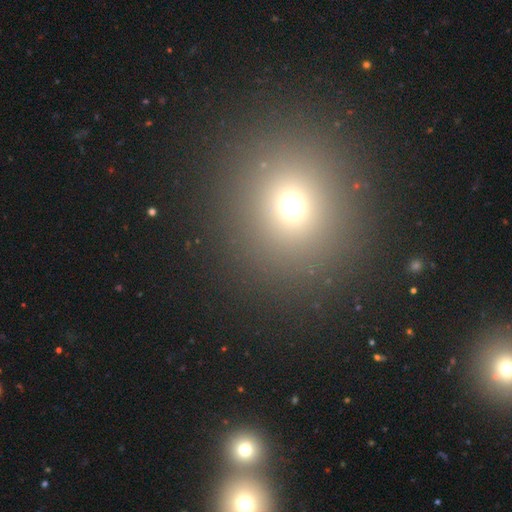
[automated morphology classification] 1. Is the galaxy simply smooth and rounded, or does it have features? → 65% smooth, 26% star or artifact, 9% featured or disk.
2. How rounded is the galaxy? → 88% round, 11% in between, 1% cigar-shaped.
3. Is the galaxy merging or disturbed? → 89% none, 5% minor disturbance, 3% merger, 3% major disturbance.